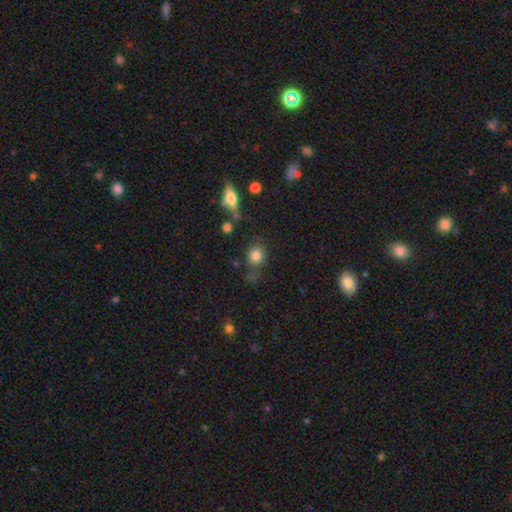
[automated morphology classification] Q: Smooth or featured?
A: smooth (81%); runner-up: star or artifact (11%)
Q: How rounded?
A: round (65%); runner-up: in between (33%)
Q: Merging?
A: none (71%); runner-up: minor disturbance (15%)